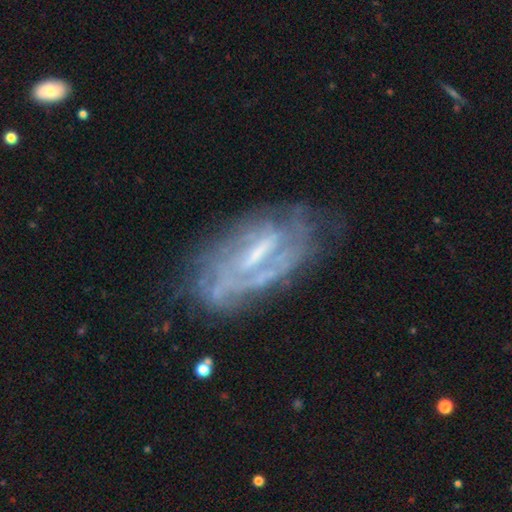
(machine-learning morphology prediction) smooth_or_featured: featured or disk (p=0.78) [alt: smooth p=0.14]
disk_edge_on: no (p=0.89) [alt: yes p=0.11]
bar: strong (p=0.43) [alt: weak p=0.39]
has_spiral_arms: yes (p=0.72) [alt: no p=0.28]
bulge_size: small (p=0.39) [alt: moderate p=0.31]
merging: none (p=0.59) [alt: minor disturbance p=0.23]